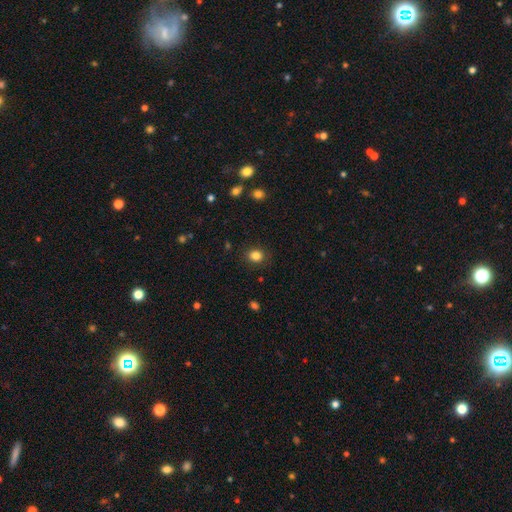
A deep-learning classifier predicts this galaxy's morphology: Smooth or featured?
  - smooth: 84% *
  - star or artifact: 11%
  - featured or disk: 5%
How rounded?
  - round: 65% *
  - in between: 34%
  - cigar-shaped: 1%
Merging?
  - none: 87% *
  - minor disturbance: 9%
  - major disturbance: 3%
  - merger: 1%